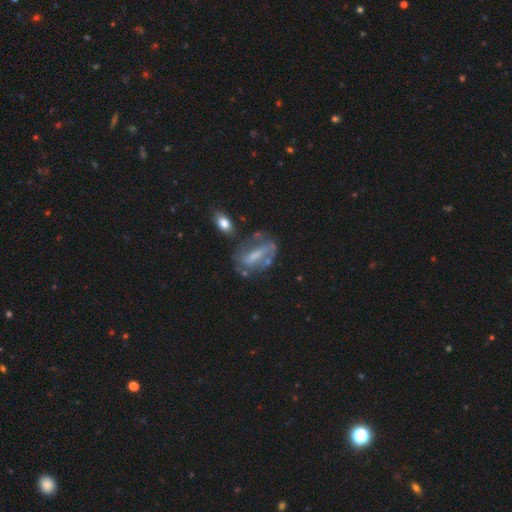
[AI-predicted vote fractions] A featured or disk galaxy (60%) with a strong bar (39%), spiral arms (54%) and a small central bulge (35%). Merging: none (48%).